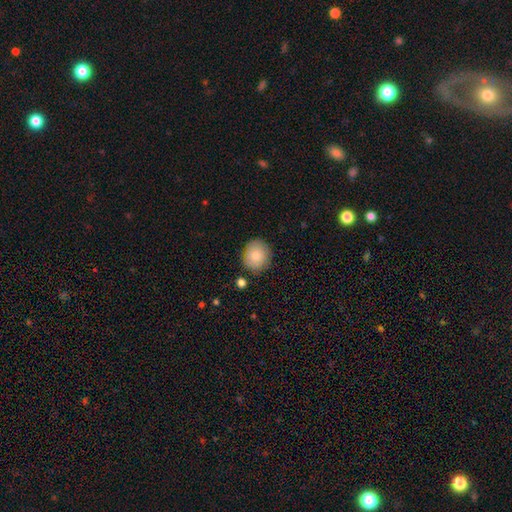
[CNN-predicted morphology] type=smooth (82%); roundness=round (75%); merging=none (80%).